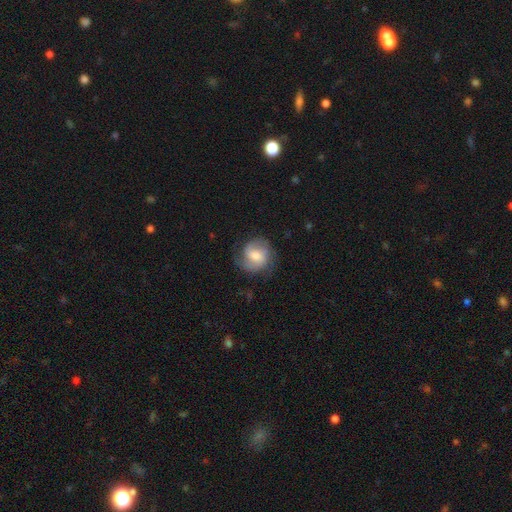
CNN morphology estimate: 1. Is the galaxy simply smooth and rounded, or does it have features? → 57% featured or disk, 36% smooth, 7% star or artifact.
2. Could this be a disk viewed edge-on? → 97% no, 3% yes.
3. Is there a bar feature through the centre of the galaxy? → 48% weak, 37% no, 15% strong.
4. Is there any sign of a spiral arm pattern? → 88% yes, 12% no.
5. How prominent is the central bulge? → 55% moderate, 28% small, 11% large, 4% none, 2% dominant.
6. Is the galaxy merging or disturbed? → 67% none, 21% minor disturbance, 11% major disturbance, 1% merger.